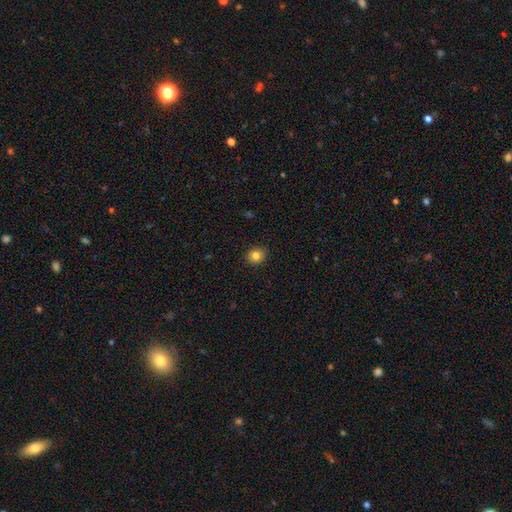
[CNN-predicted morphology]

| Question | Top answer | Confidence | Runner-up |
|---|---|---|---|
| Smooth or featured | smooth | 83% | star or artifact (11%) |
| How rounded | round | 74% | in between (25%) |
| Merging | none | 90% | minor disturbance (7%) |